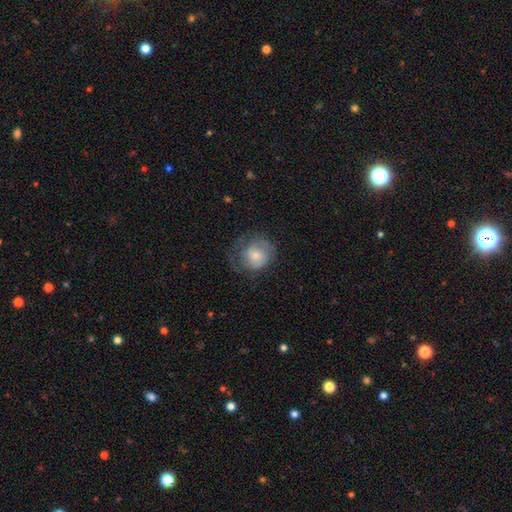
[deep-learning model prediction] smooth_or_featured: smooth (p=0.54) [alt: featured or disk p=0.39]
how_rounded: round (p=0.75) [alt: in between p=0.24]
merging: none (p=0.51) [alt: minor disturbance p=0.27]